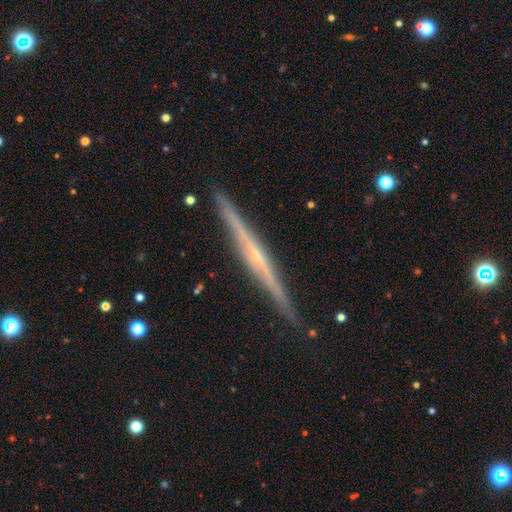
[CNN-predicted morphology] Smooth or featured? Predicted: featured or disk (p=0.81). Edge-on disk? Predicted: yes (p=0.98). Edge-on bulge? Predicted: rounded (p=0.53). Merging? Predicted: none (p=0.91).